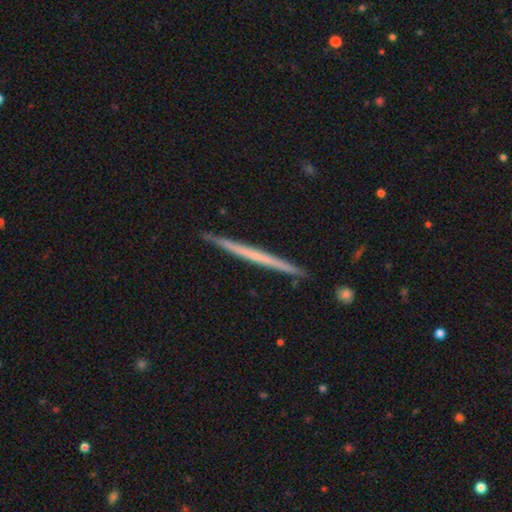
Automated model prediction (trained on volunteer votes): A featured or disk galaxy (56%) viewed edge-on (98%) with no central bulge (91%). Merging: none (92%).